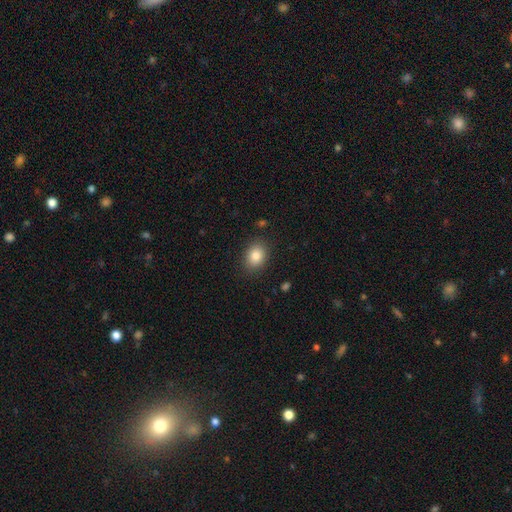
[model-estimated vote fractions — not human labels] smooth-or-featured: smooth: 84% | star or artifact: 9% | featured or disk: 7%
  how-rounded: in between: 62% | round: 37% | cigar-shaped: 1%
  merging: none: 86% | minor disturbance: 10% | major disturbance: 3% | merger: 1%